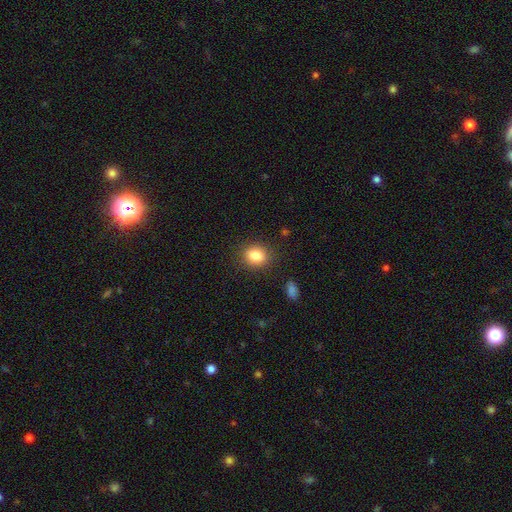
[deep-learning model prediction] Smooth or featured: smooth — 84% (star or artifact — 10%)
How rounded: round — 60% (in between — 39%)
Merging: none — 87% (minor disturbance — 9%)